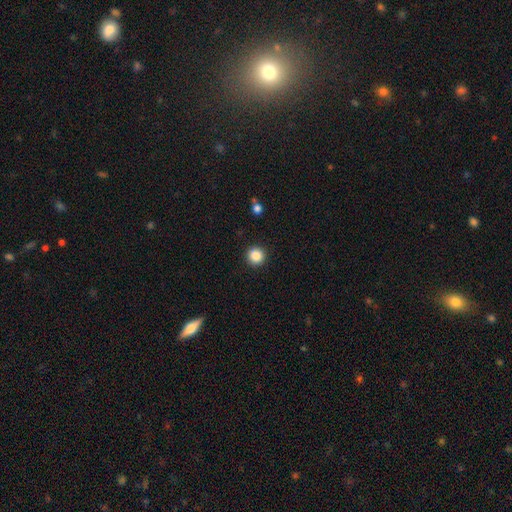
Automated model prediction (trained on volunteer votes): A smooth galaxy with no disk features (86%) that is round (95%). Merging: none (92%).